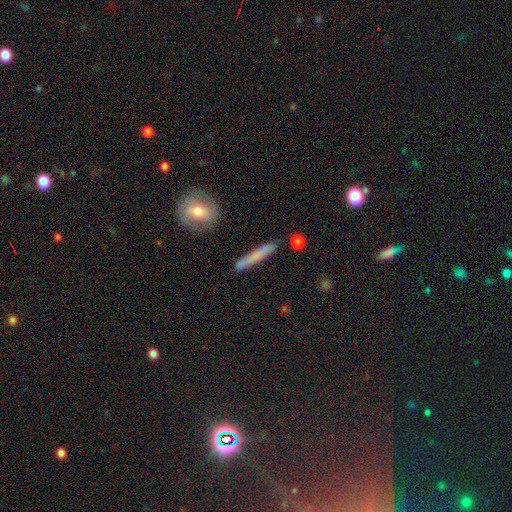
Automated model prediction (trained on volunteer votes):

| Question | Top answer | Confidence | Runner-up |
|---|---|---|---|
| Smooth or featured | smooth | 68% | featured or disk (26%) |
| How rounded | cigar-shaped | 94% | in between (4%) |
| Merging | none | 87% | minor disturbance (9%) |